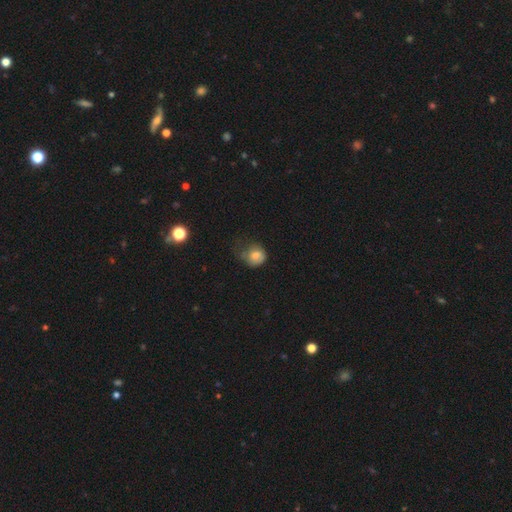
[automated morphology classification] A smooth galaxy with no disk features (76%) that is round (63%). Merging: minor disturbance (35%).